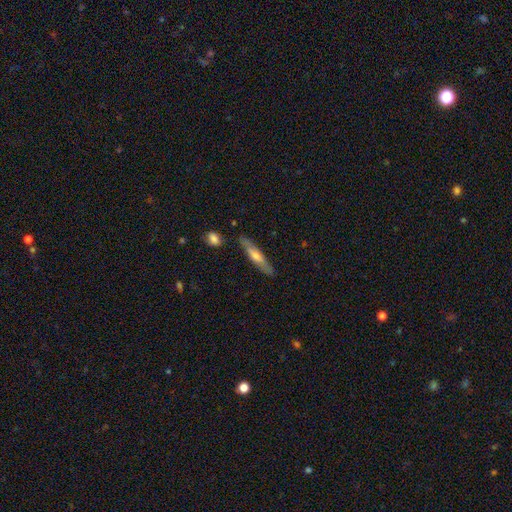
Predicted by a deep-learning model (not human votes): Q: Smooth or featured?
A: smooth (48%); runner-up: featured or disk (46%)
Q: Merging?
A: none (84%); runner-up: minor disturbance (11%)